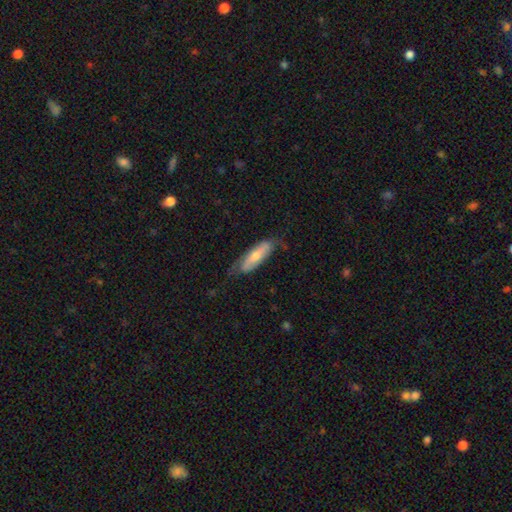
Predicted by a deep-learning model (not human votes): A smooth galaxy with no disk features (48%). Merging: none (65%).